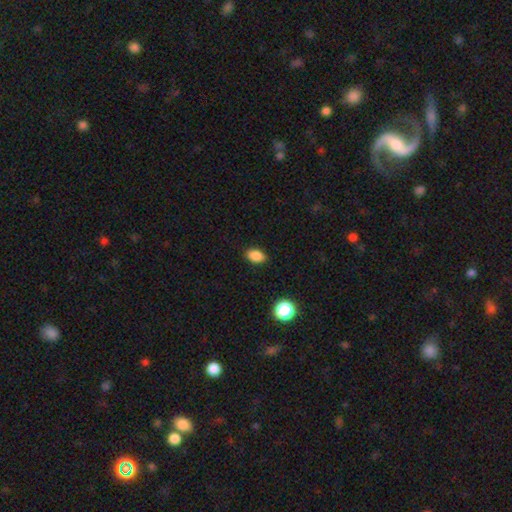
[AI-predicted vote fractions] Smooth or featured: smooth — 86% (star or artifact — 10%)
How rounded: in between — 85% (round — 13%)
Merging: none — 88% (minor disturbance — 9%)